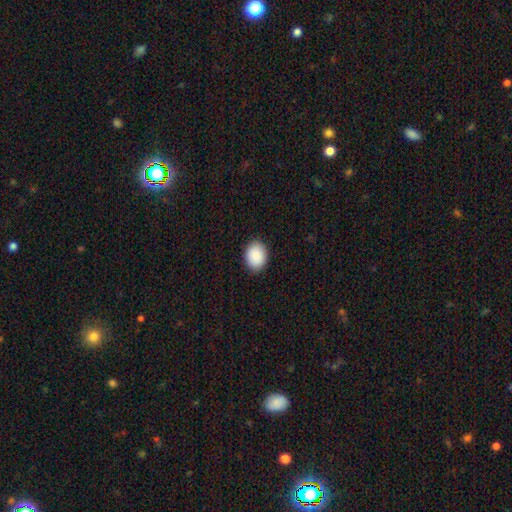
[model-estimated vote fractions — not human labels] Smooth or featured: smooth — 91% (star or artifact — 7%)
How rounded: in between — 62% (round — 37%)
Merging: none — 89% (minor disturbance — 8%)